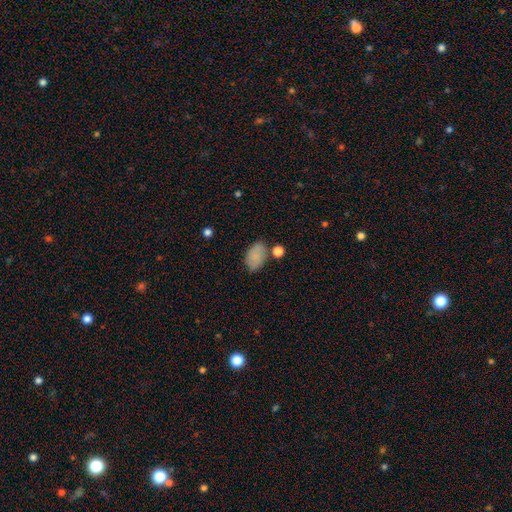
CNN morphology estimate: Q: Smooth or featured?
A: smooth (83%); runner-up: star or artifact (8%)
Q: How rounded?
A: in between (90%); runner-up: round (9%)
Q: Merging?
A: none (65%); runner-up: minor disturbance (20%)